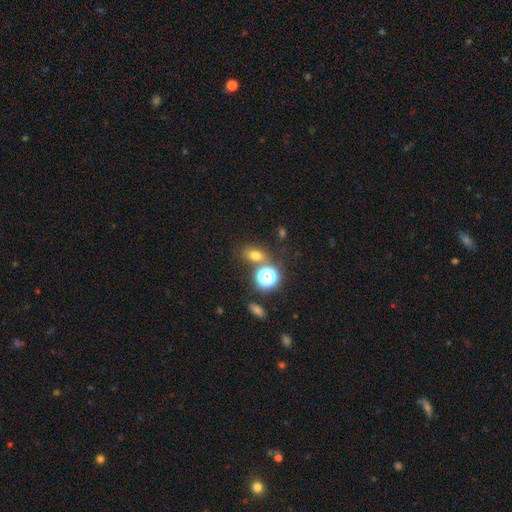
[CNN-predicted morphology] smooth-or-featured: smooth: 66% | star or artifact: 24% | featured or disk: 10%
  how-rounded: in between: 60% | round: 37% | cigar-shaped: 2%
  merging: none: 70% | merger: 15% | minor disturbance: 11% | major disturbance: 4%